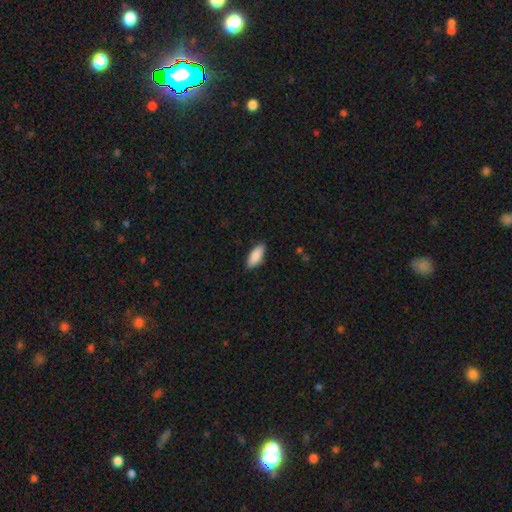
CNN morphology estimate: type=smooth (88%); roundness=in between (79%); merging=none (87%).